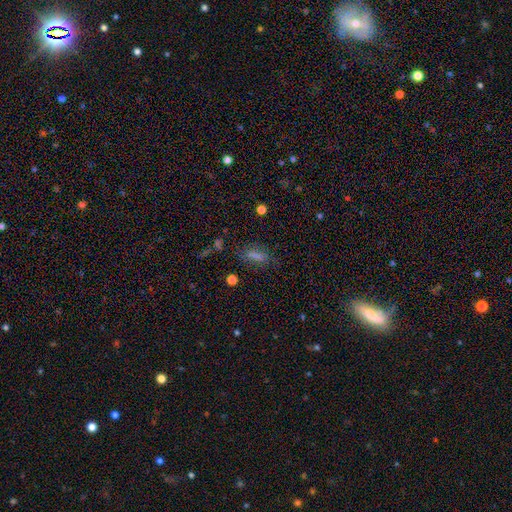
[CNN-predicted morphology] Smooth or featured: smooth — 70% (star or artifact — 17%)
How rounded: in between — 55% (cigar-shaped — 39%)
Merging: none — 67% (minor disturbance — 19%)